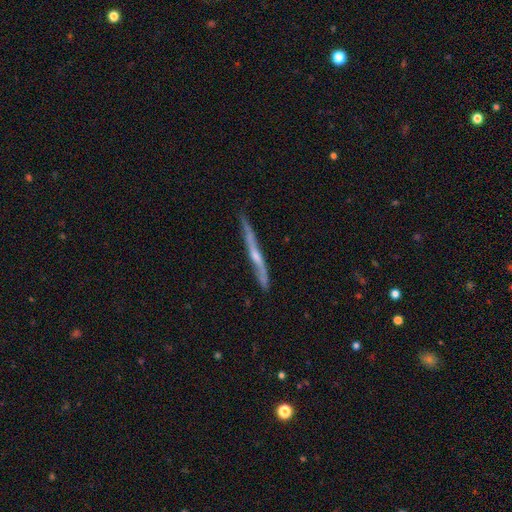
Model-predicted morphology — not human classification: A featured or disk galaxy (72%) viewed edge-on (89%) with a rounded central bulge (53%). Merging: none (76%).